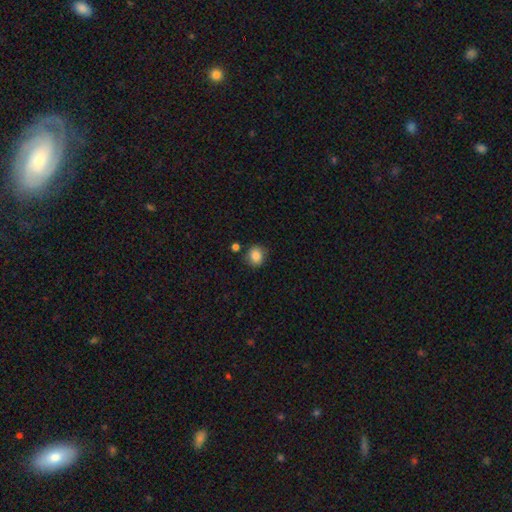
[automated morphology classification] The model was most divided on "how rounded": round: 74%, in between: 25%, cigar-shaped: 1%. More confident: smooth or featured — smooth (86%); merging — none (81%).